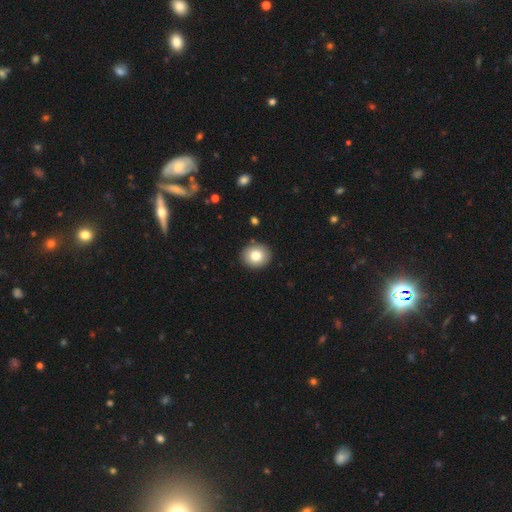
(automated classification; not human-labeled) Morphology: type=smooth (81%); roundness=round (72%); merging=none (90%).